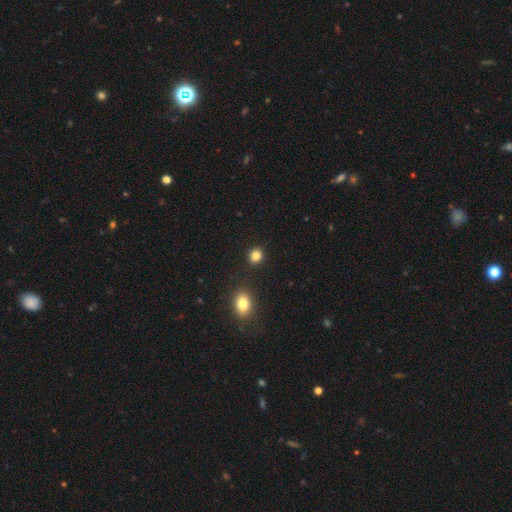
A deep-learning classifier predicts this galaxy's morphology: Smooth or featured: smooth — 84% (star or artifact — 12%)
How rounded: round — 79% (in between — 20%)
Merging: none — 89% (minor disturbance — 6%)